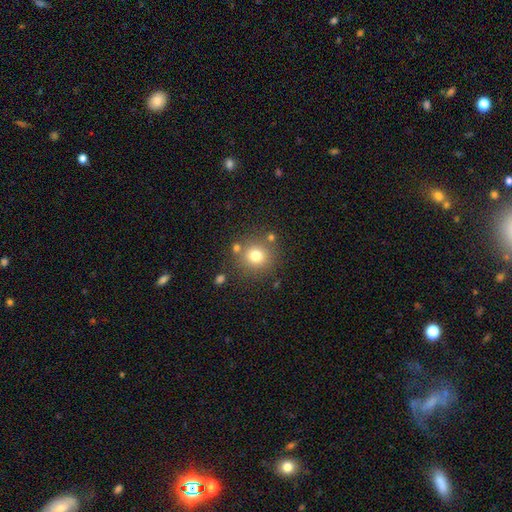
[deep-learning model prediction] Smooth or featured: smooth — 76% (star or artifact — 14%)
How rounded: round — 92% (in between — 7%)
Merging: none — 80% (minor disturbance — 9%)